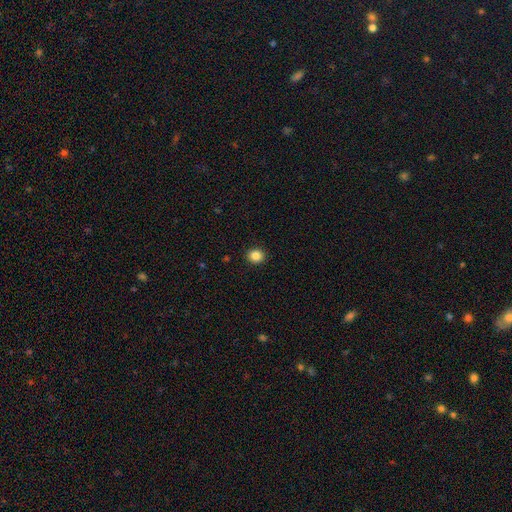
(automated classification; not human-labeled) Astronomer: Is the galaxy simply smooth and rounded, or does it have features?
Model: smooth — 85%.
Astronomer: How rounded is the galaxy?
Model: round — 79%.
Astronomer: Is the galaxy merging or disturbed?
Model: none — 92%.